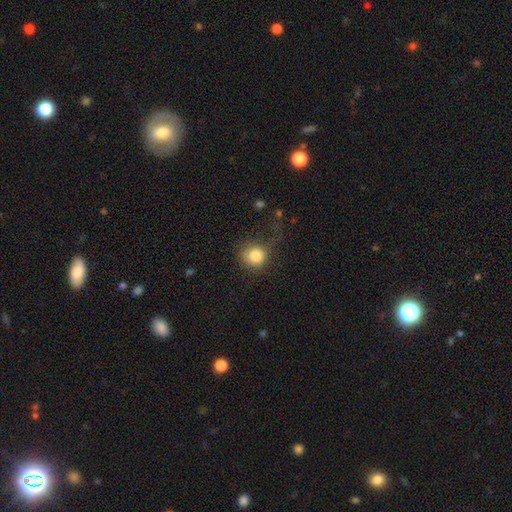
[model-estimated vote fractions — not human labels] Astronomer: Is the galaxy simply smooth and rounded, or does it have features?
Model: smooth — 82%.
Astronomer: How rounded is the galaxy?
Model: round — 88%.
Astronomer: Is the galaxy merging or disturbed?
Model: none — 55%.